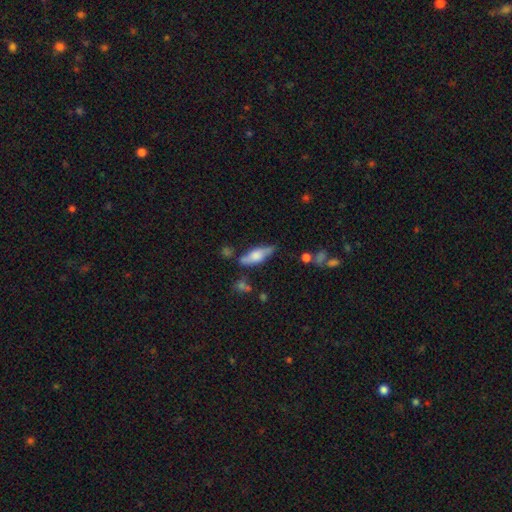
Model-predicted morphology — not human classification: Smooth or featured? Predicted: smooth (p=0.51). How rounded? Predicted: in between (p=0.56). Merging? Predicted: none (p=0.68).